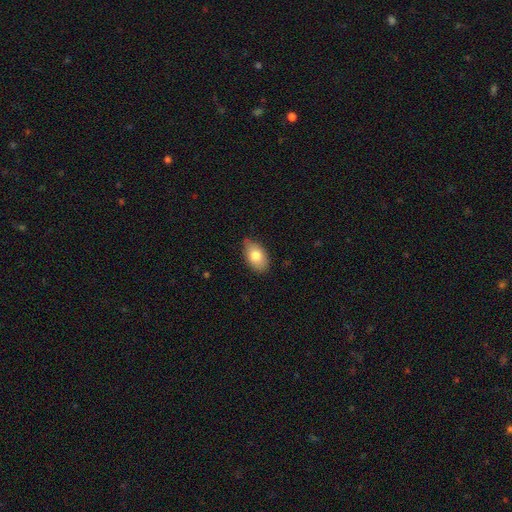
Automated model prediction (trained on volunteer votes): A smooth galaxy with no disk features (79%) that is in between round and cigar-shaped (91%). Merging: none (76%).